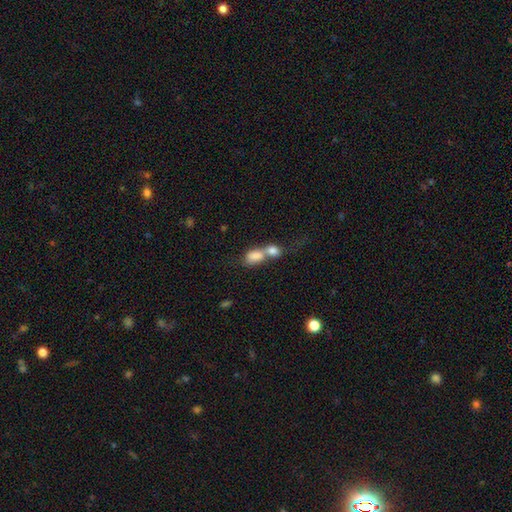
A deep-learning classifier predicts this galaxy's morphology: Smooth or featured? smooth (77%)
How rounded? in between (75%)
Merging? merger (77%)